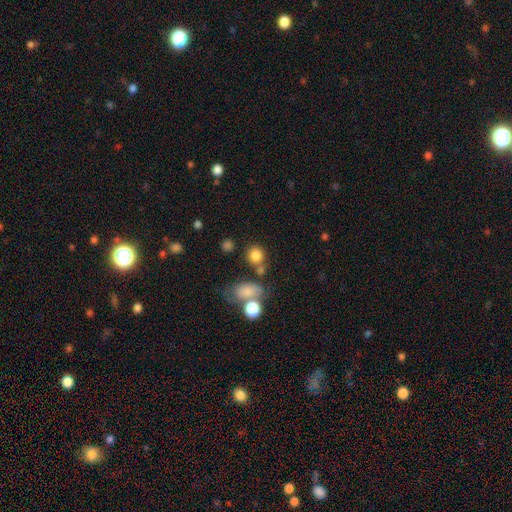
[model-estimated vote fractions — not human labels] A smooth galaxy with no disk features (81%) that is round (80%).

Vote fractions:
- Smooth or featured? smooth: 81% / star or artifact: 12% / featured or disk: 7%
- How rounded? round: 80% / in between: 19% / cigar-shaped: 1%
- Merging? none: 64% / merger: 17% / minor disturbance: 12% / major disturbance: 6%